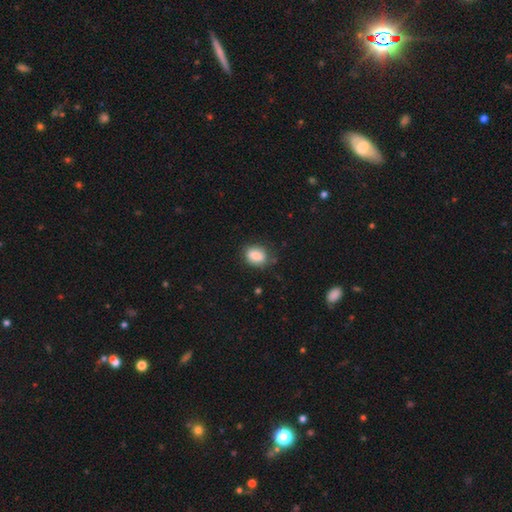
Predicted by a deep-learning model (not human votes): Smooth or featured? smooth (84%)
How rounded? in between (66%)
Merging? none (69%)